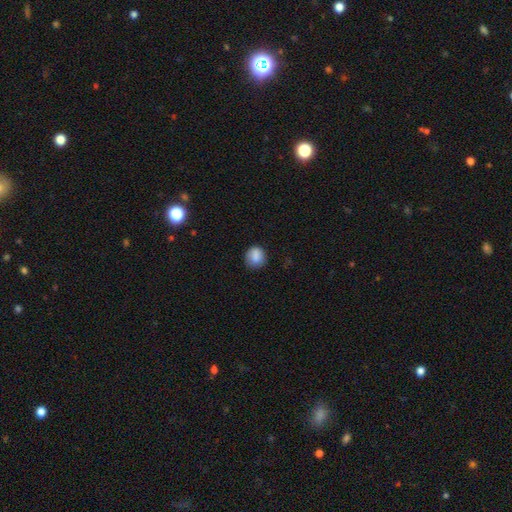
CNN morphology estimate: smooth_or_featured: smooth (p=0.85) [alt: star or artifact p=0.08]
how_rounded: round (p=0.77) [alt: in between p=0.22]
merging: none (p=0.77) [alt: minor disturbance p=0.18]